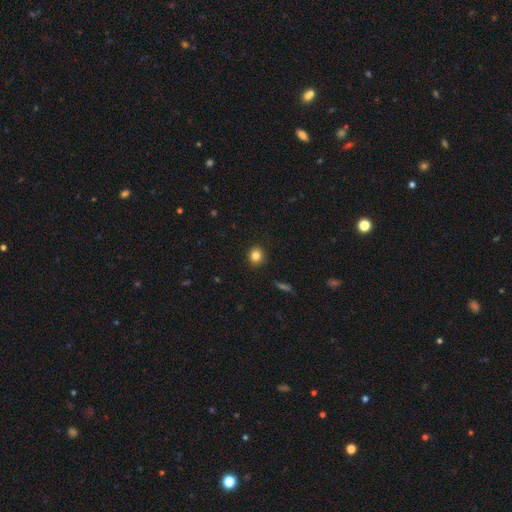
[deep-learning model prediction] Smooth or featured? smooth (83%)
How rounded? round (87%)
Merging? none (91%)